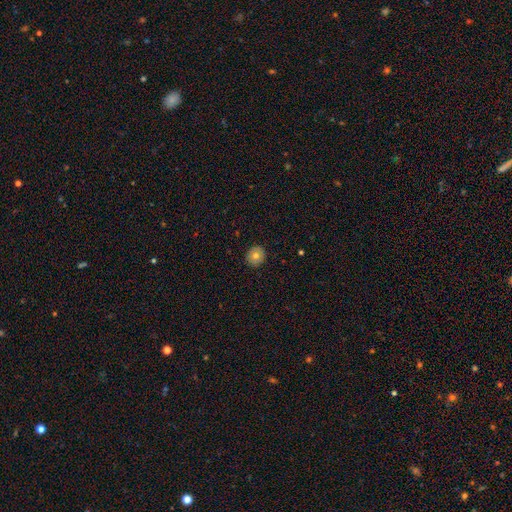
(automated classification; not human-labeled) smooth_or_featured: smooth (p=0.74) [alt: featured or disk p=0.17]
how_rounded: round (p=0.93) [alt: in between p=0.06]
merging: none (p=0.92) [alt: minor disturbance p=0.06]